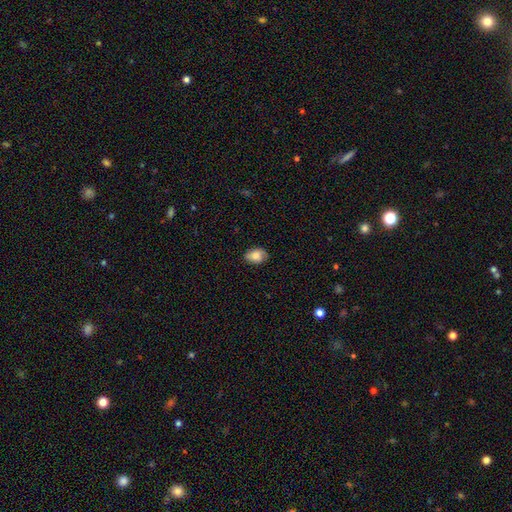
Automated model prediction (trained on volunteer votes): Smooth or featured? smooth (78%)
How rounded? in between (79%)
Merging? none (80%)